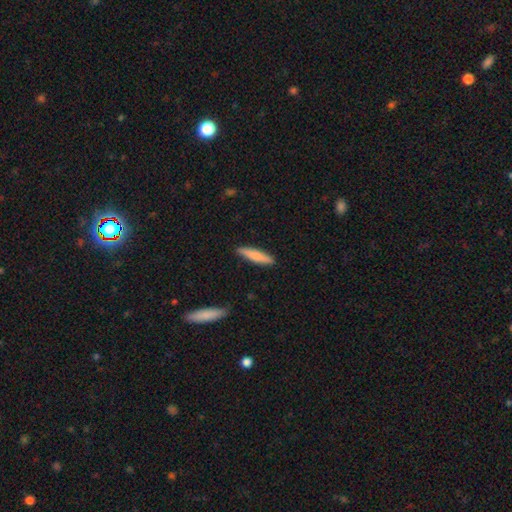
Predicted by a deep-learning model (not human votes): This is likely a smooth galaxy (78%). How rounded: clearly cigar-shaped (82%). Merging: clearly none (88%).